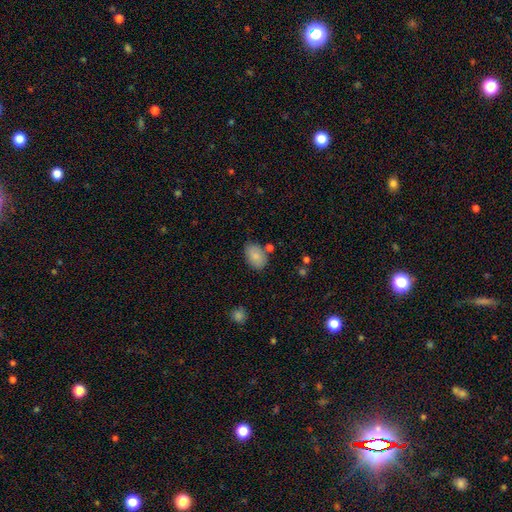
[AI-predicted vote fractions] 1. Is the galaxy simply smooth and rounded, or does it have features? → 85% smooth, 8% featured or disk, 7% star or artifact.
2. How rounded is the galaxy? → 86% in between, 13% round, 1% cigar-shaped.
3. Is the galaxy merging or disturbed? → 71% none, 17% minor disturbance, 8% merger, 4% major disturbance.